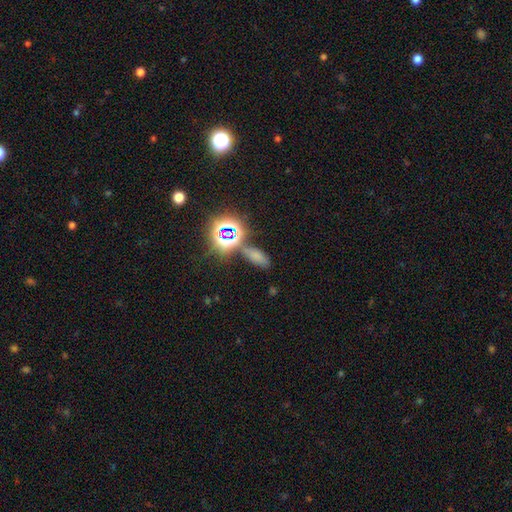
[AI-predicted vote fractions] This is possibly a smooth galaxy (57%). How rounded: likely in between (79%). Merging: likely none (68%).